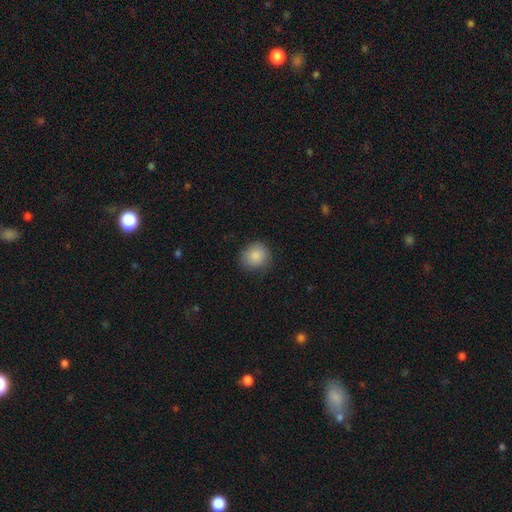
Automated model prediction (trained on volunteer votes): smooth 87%, star or artifact 8%, featured or disk 5%. Down the decision tree: how rounded — round (84%); merging — none (82%).